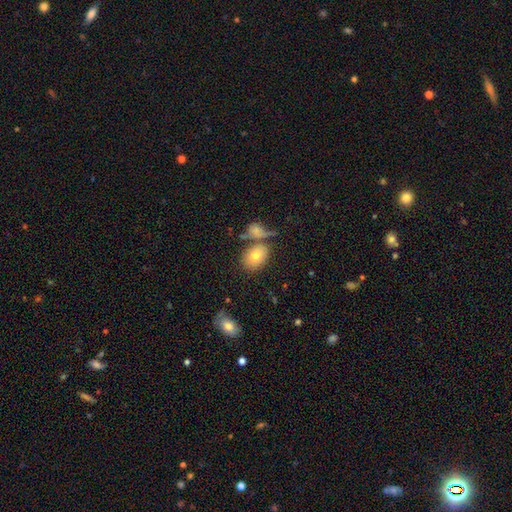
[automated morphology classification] A smooth galaxy with no disk features (74%) that is in between round and cigar-shaped (72%). Merging: none (59%).